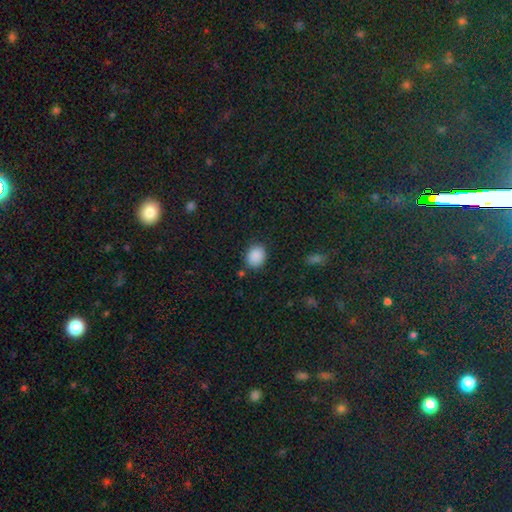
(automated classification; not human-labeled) Overall: smooth (88%). How rounded: round (55%; in between 44%). Merging: none (84%).